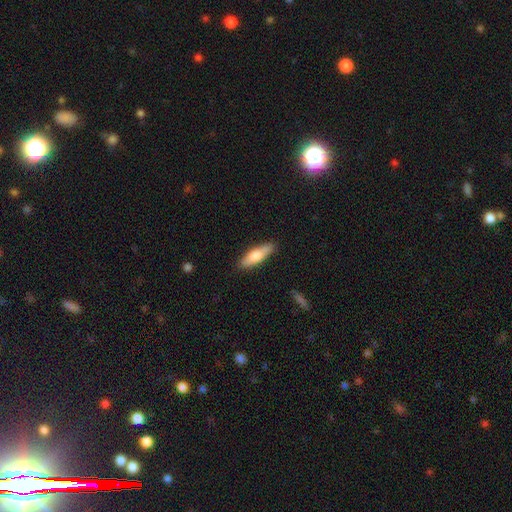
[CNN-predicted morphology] Smooth or featured? Predicted: smooth (p=0.71). How rounded? Predicted: cigar-shaped (p=0.60). Merging? Predicted: none (p=0.86).